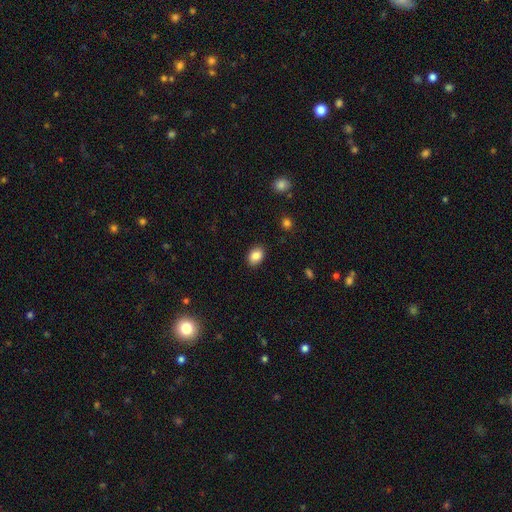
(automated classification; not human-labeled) Smooth or featured? Predicted: smooth (p=0.87). How rounded? Predicted: in between (p=0.75). Merging? Predicted: none (p=0.88).